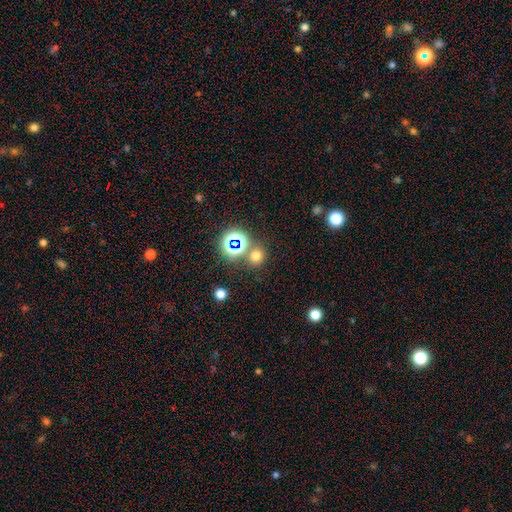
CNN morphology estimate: A smooth galaxy with no disk features (65%) that is round (85%).

Vote fractions:
- Smooth or featured? smooth: 65% / star or artifact: 29% / featured or disk: 6%
- How rounded? round: 85% / in between: 14% / cigar-shaped: 1%
- Merging? none: 73% / merger: 16% / minor disturbance: 7% / major disturbance: 4%